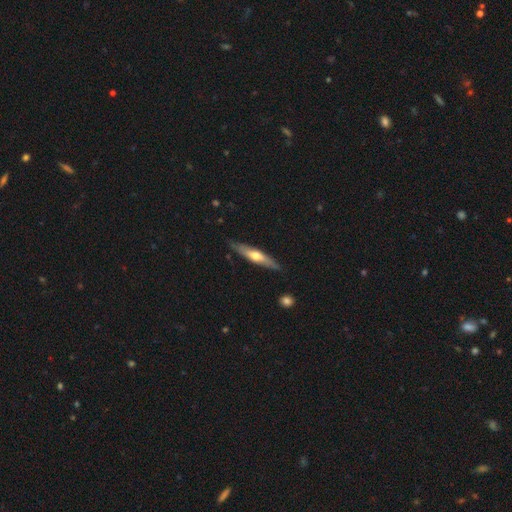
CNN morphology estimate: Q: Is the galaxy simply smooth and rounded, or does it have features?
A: featured or disk — 53%.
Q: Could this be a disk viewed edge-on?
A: yes — 86%.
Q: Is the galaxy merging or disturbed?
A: none — 84%.